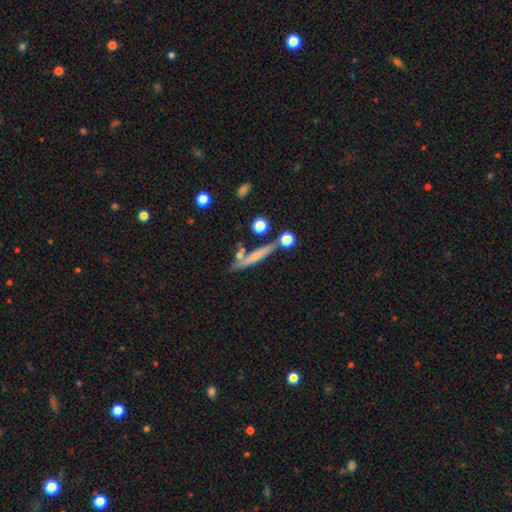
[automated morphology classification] Q: Smooth or featured?
A: smooth (54%); runner-up: featured or disk (37%)
Q: How rounded?
A: cigar-shaped (90%); runner-up: in between (7%)
Q: Merging?
A: none (72%); runner-up: minor disturbance (13%)